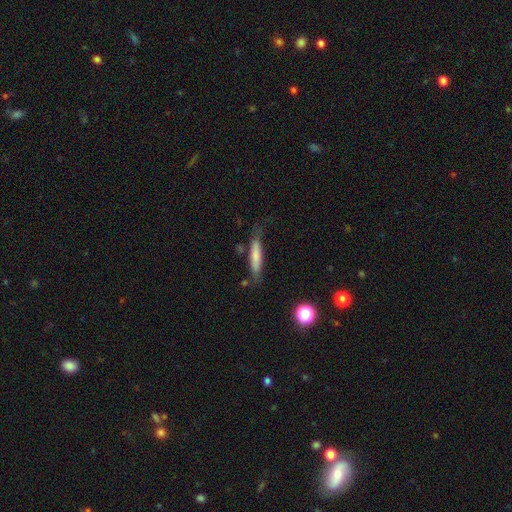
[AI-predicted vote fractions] This is likely a smooth galaxy (71%). How rounded: clearly cigar-shaped (83%). Merging: likely none (67%).